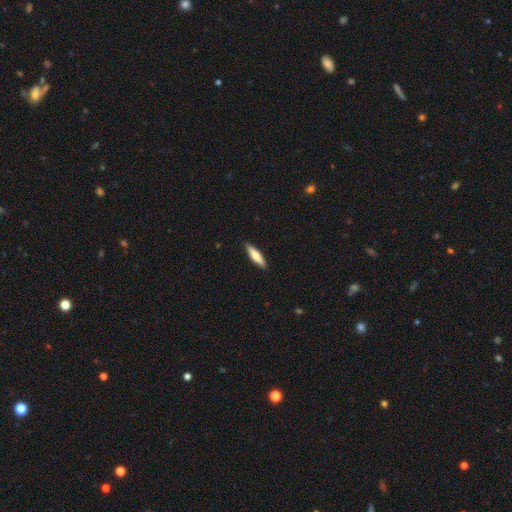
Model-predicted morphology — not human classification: A smooth galaxy with no disk features (68%) that is cigar-shaped (75%).

Vote fractions:
- Smooth or featured? smooth: 68% / featured or disk: 26% / star or artifact: 5%
- How rounded? cigar-shaped: 75% / in between: 23% / round: 2%
- Merging? none: 89% / minor disturbance: 8% / major disturbance: 2% / merger: 1%